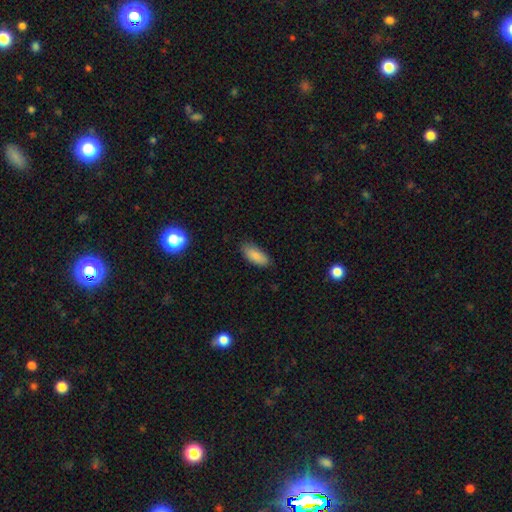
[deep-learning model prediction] smooth 86%, star or artifact 7%, featured or disk 6%. Down the decision tree: how rounded — in between (85%); merging — none (83%).